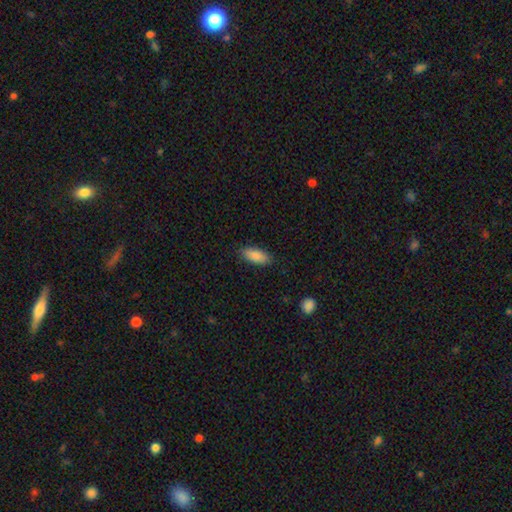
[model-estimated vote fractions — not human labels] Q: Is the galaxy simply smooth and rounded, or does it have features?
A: smooth — 87%.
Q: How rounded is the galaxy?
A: in between — 80%.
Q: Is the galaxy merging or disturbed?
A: none — 87%.